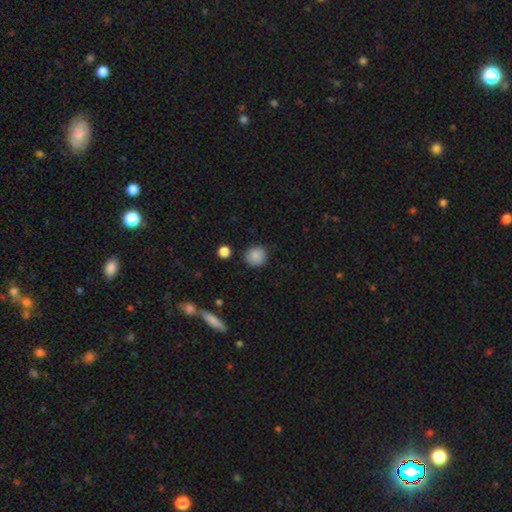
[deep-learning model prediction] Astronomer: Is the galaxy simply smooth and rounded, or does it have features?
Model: smooth — 86%.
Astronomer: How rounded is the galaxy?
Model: round — 89%.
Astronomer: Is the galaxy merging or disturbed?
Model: none — 85%.